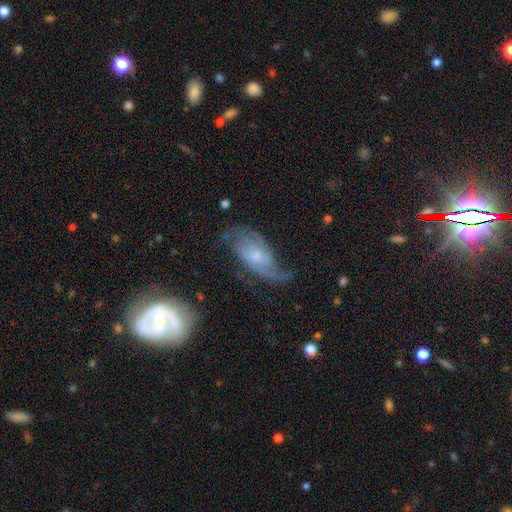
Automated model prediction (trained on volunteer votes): Overall: featured or disk (77%). Edge-on disk: no (94%). Bar: no (62%; weak 32%). Spiral arms: yes (92%). Spiral arm count: 2 (62%). Spiral winding: medium (43%; loose 30%). Bulge size: small (54%; moderate 36%). Merging: none (52%; minor disturbance 26%).